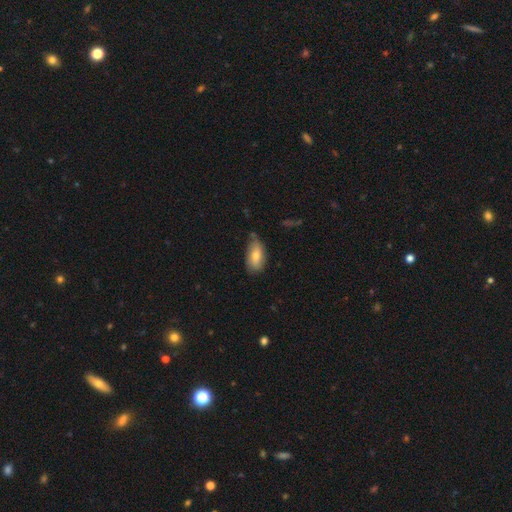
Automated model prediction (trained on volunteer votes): Overall: smooth (73%). How rounded: in between (91%). Merging: none (67%).